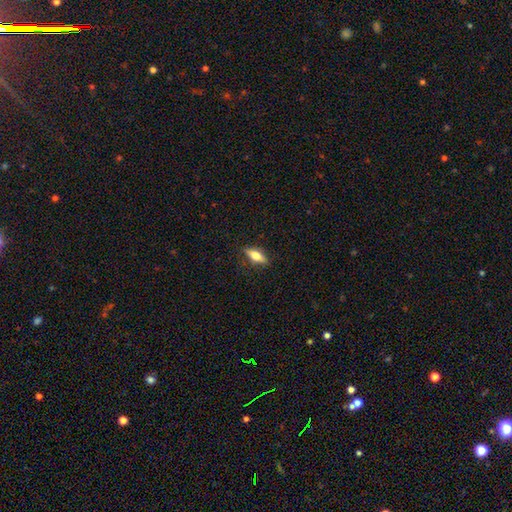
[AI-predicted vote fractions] Q: Smooth or featured?
A: smooth (61%); runner-up: featured or disk (32%)
Q: How rounded?
A: in between (62%); runner-up: cigar-shaped (34%)
Q: Merging?
A: none (85%); runner-up: minor disturbance (11%)